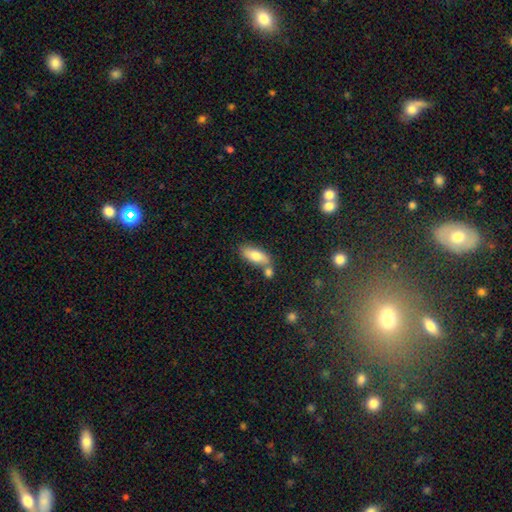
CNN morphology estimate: A smooth galaxy with no disk features (74%) that is in between round and cigar-shaped (80%).

Vote fractions:
- Smooth or featured? smooth: 74% / featured or disk: 19% / star or artifact: 7%
- How rounded? in between: 80% / cigar-shaped: 17% / round: 3%
- Merging? none: 56% / merger: 25% / minor disturbance: 14% / major disturbance: 4%